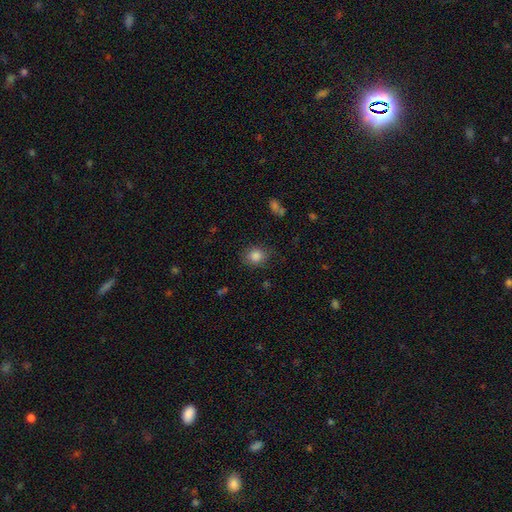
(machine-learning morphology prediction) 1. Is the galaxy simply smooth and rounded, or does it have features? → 85% smooth, 10% star or artifact, 5% featured or disk.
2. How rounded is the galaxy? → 67% round, 32% in between, 1% cigar-shaped.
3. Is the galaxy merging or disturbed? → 79% none, 15% minor disturbance, 4% major disturbance, 2% merger.